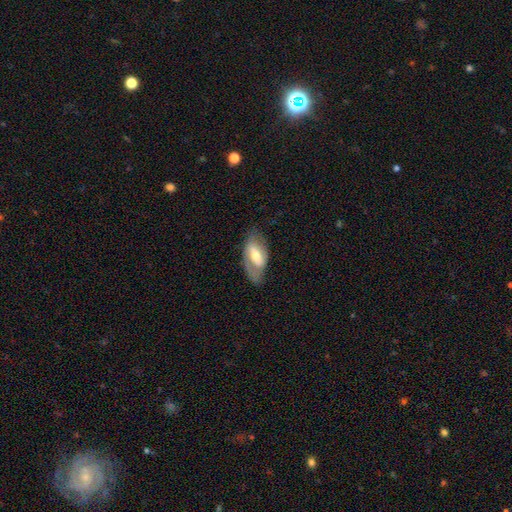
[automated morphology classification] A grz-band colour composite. It shows a featured or disk galaxy (63%) with a weak bar (40%), spiral arms (69%) and a moderate central bulge (59%). Merging: none (68%).